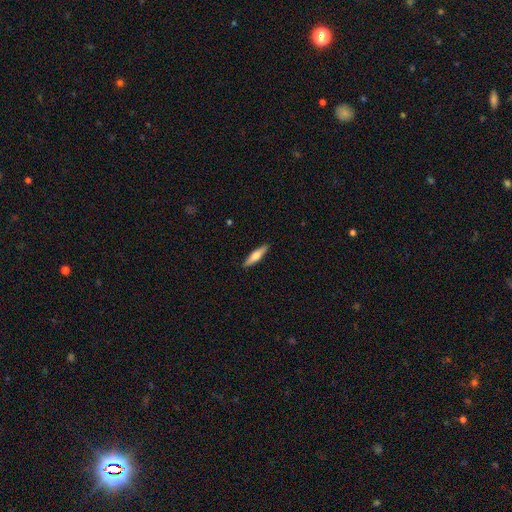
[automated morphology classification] A smooth galaxy with no disk features (58%) that is cigar-shaped (74%). Merging: none (90%).